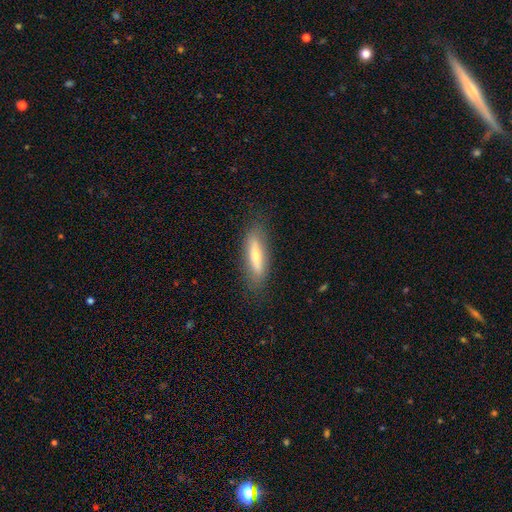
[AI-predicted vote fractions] A smooth galaxy with no disk features (57%) that is cigar-shaped (73%). Merging: none (84%).